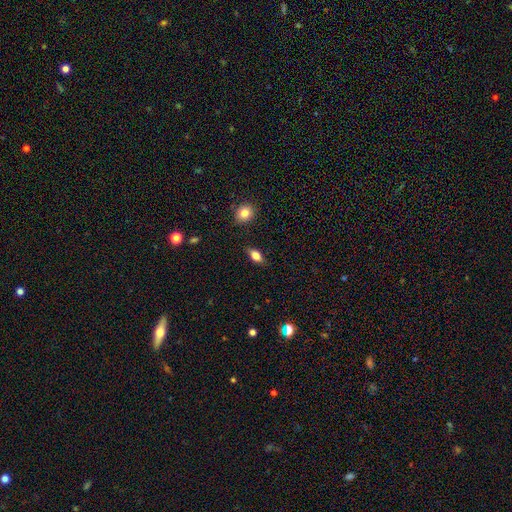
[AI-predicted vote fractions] smooth 79%, featured or disk 12%, star or artifact 9%. Down the decision tree: how rounded — in between (83%); merging — none (83%).